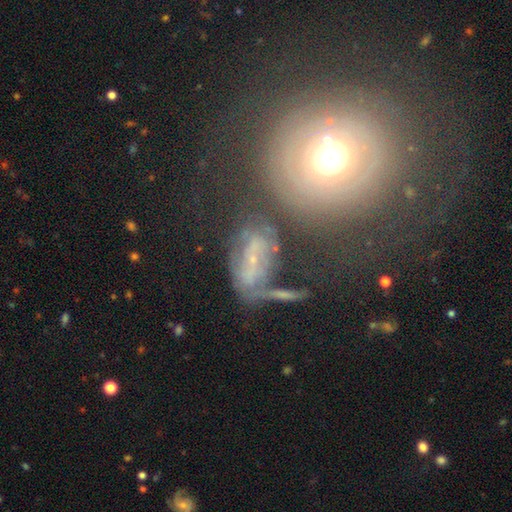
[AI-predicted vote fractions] A featured or disk galaxy (57%) with no bar (43%), spiral arms (58%) and a small central bulge (48%).

Vote fractions:
- Smooth or featured? featured or disk: 57% / smooth: 24% / star or artifact: 19%
- Edge-on disk? no: 90% / yes: 10%
- Bar? no: 43% / weak: 30% / strong: 27%
- Spiral arms? yes: 58% / no: 42%
- Bulge size? small: 48% / moderate: 32% / none: 10% / large: 5% / dominant: 4%
- Merging? none: 43% / major disturbance: 20% / minor disturbance: 19% / merger: 18%